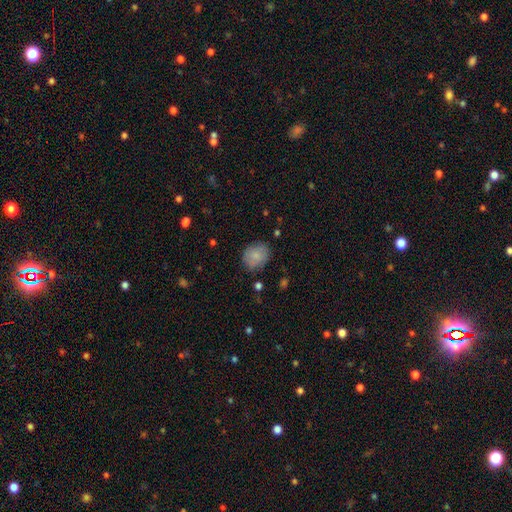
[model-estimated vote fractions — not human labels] This appears to be a smooth galaxy with no disk features (81%) that is round (58%). Merging: none (77%).